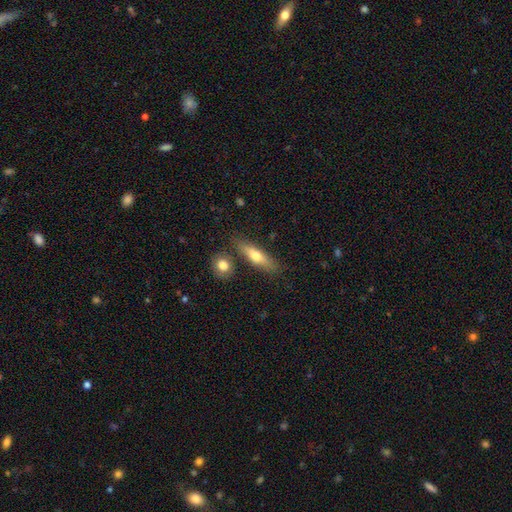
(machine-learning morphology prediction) A smooth galaxy with no disk features (59%) that is cigar-shaped (64%).

Vote fractions:
- Smooth or featured? smooth: 59% / featured or disk: 35% / star or artifact: 6%
- How rounded? cigar-shaped: 64% / in between: 32% / round: 4%
- Merging? none: 78% / minor disturbance: 12% / merger: 8% / major disturbance: 3%